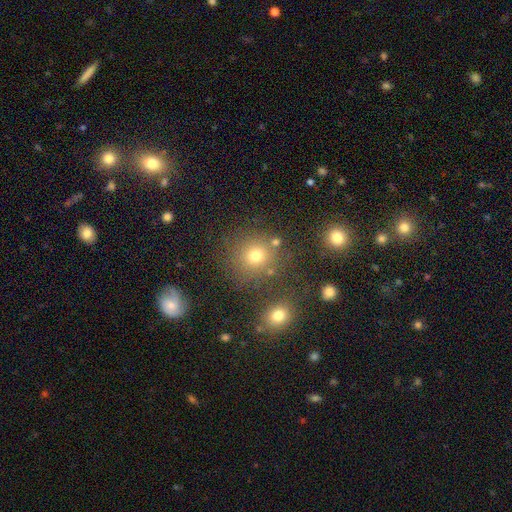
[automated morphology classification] This is likely a smooth galaxy (71%). How rounded: clearly round (89%). Merging: likely none (79%).